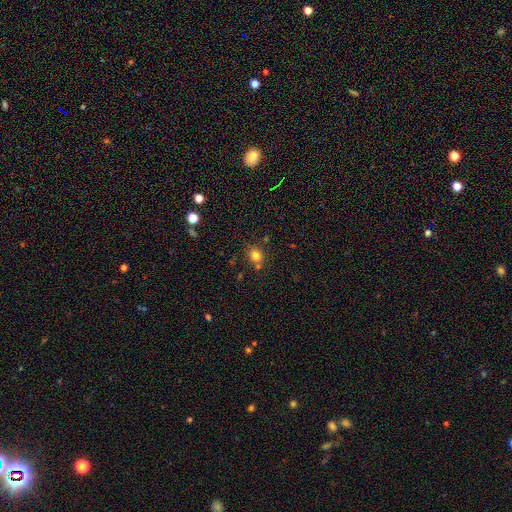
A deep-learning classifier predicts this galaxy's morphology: This is likely a smooth galaxy (79%). How rounded: likely round (79%). Merging: likely none (73%).